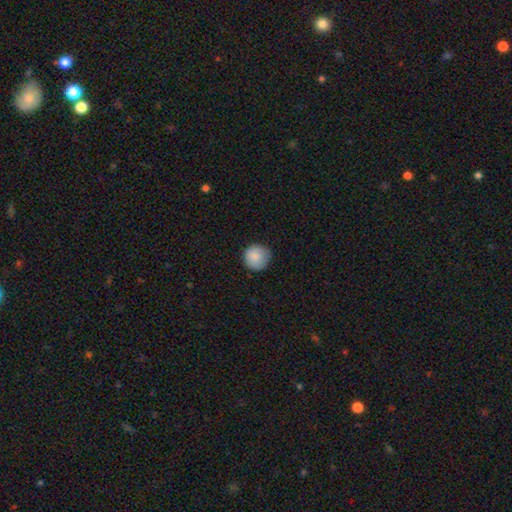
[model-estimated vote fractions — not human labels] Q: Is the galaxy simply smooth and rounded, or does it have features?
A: smooth — 88%.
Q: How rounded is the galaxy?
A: round — 95%.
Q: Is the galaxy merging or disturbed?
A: none — 85%.